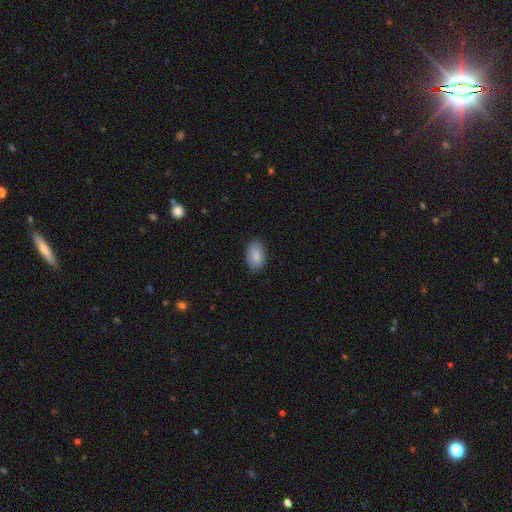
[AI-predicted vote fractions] The model was most divided on "merging": none: 85%, minor disturbance: 12%, major disturbance: 2%, merger: 1%. More confident: how rounded — in between (91%); smooth or featured — smooth (87%).